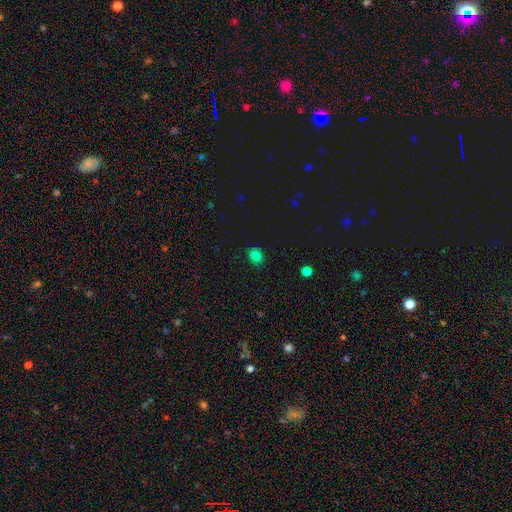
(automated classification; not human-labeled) This is clearly a smooth galaxy (83%). How rounded: possibly round (58%). Merging: clearly none (83%).